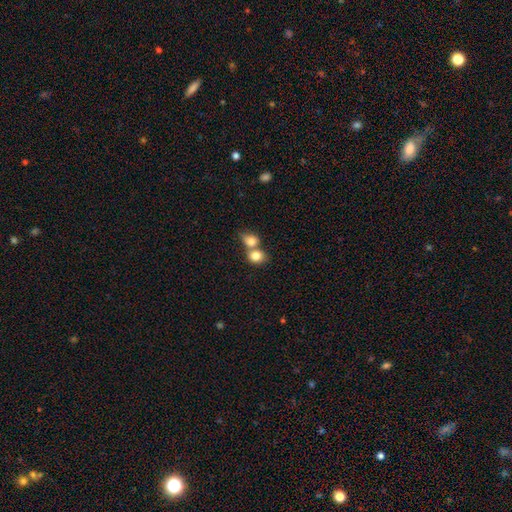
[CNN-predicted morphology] smooth 81%, featured or disk 10%, star or artifact 9%. Down the decision tree: how rounded — round (61%); merging — merger (60%).